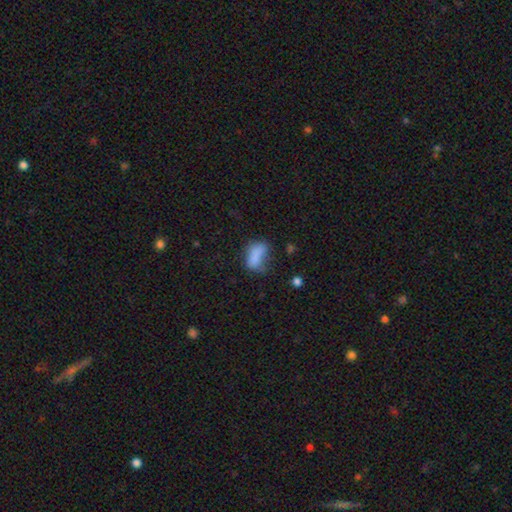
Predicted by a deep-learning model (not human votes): This appears to be a smooth galaxy with no disk features (76%) that is in between round and cigar-shaped (85%). Merging: none (34%).